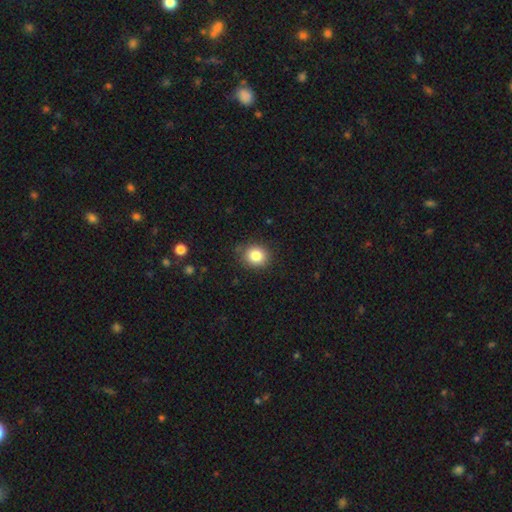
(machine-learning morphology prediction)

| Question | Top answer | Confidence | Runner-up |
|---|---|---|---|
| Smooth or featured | smooth | 83% | star or artifact (10%) |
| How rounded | round | 75% | in between (24%) |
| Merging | none | 84% | minor disturbance (11%) |